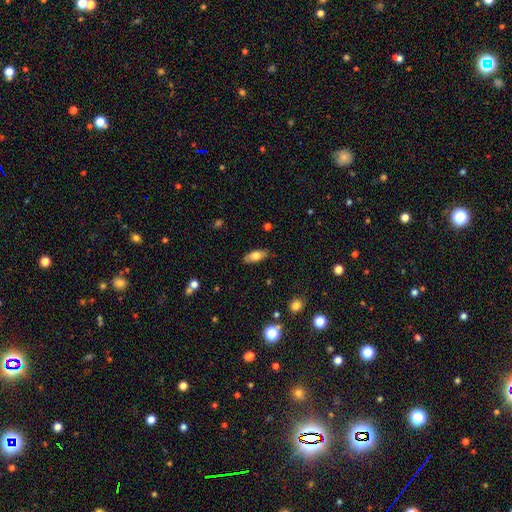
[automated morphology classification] Overall: smooth (71%). How rounded: in between (80%). Merging: none (84%).